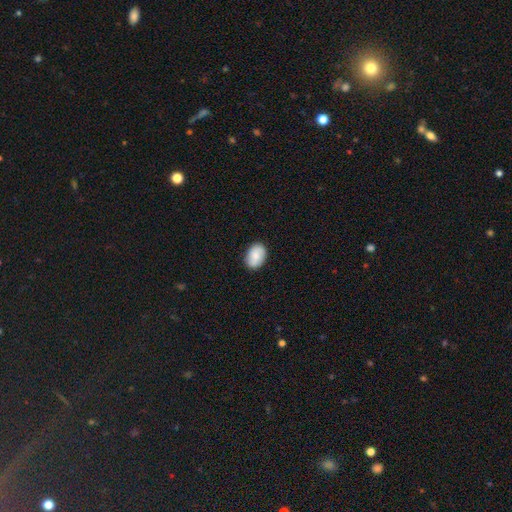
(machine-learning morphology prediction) Smooth or featured? smooth (81%)
How rounded? in between (78%)
Merging? none (87%)